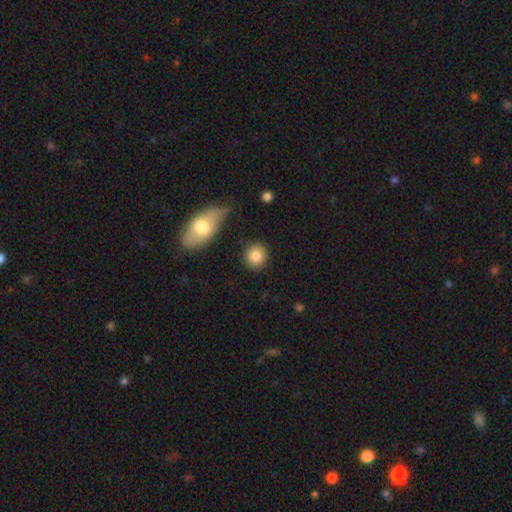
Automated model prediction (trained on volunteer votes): smooth_or_featured: smooth (p=0.85) [alt: star or artifact p=0.08]
how_rounded: round (p=0.88) [alt: in between p=0.11]
merging: none (p=0.87) [alt: minor disturbance p=0.08]